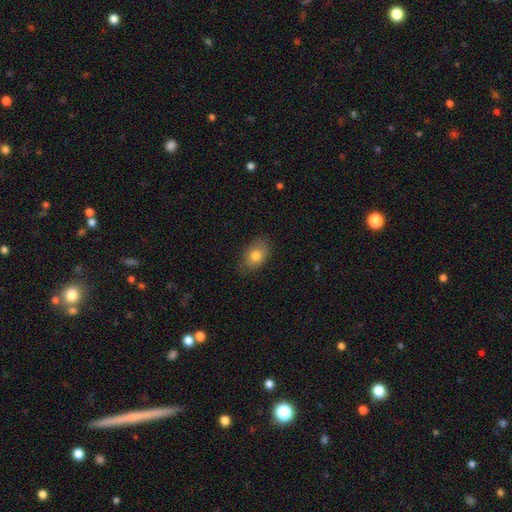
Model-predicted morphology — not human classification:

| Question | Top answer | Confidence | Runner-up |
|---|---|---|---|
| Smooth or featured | smooth | 79% | featured or disk (13%) |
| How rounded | in between | 81% | round (18%) |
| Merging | none | 76% | minor disturbance (19%) |